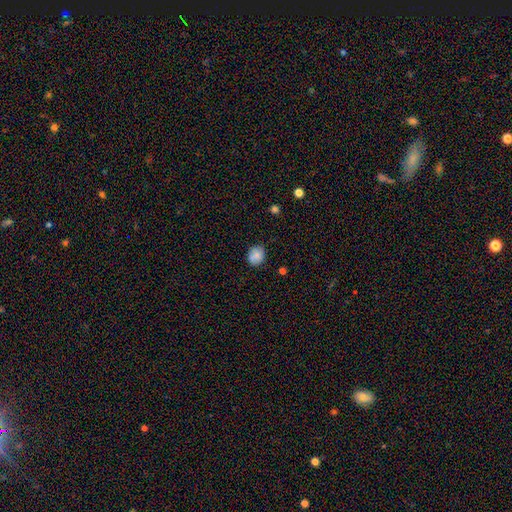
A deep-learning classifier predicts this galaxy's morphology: A smooth galaxy with no disk features (85%) that is round (68%). Merging: none (81%).